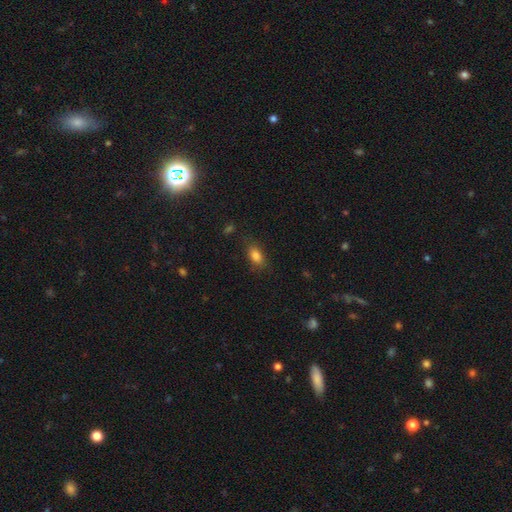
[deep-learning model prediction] The model was most divided on "merging": none: 79%, minor disturbance: 15%, major disturbance: 5%, merger: 2%. More confident: how rounded — in between (86%); smooth or featured — smooth (84%).